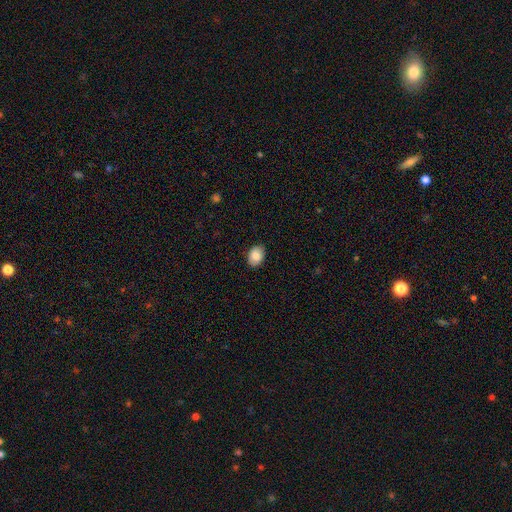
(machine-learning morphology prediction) Smooth or featured? smooth (86%)
How rounded? in between (78%)
Merging? none (87%)